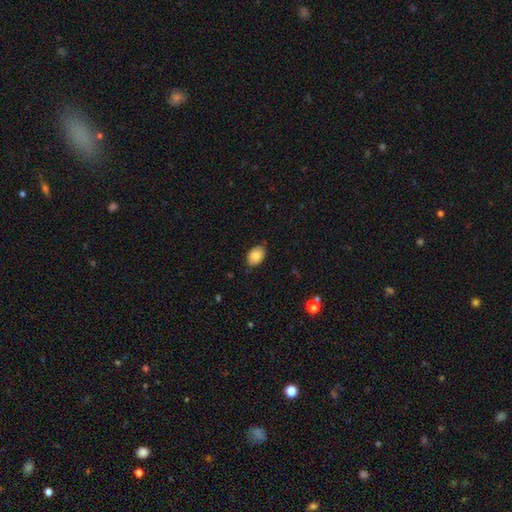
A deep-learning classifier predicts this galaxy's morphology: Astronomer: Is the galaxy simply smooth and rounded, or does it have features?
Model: smooth — 82%.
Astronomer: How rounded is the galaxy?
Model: in between — 85%.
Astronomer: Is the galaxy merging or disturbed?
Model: none — 82%.